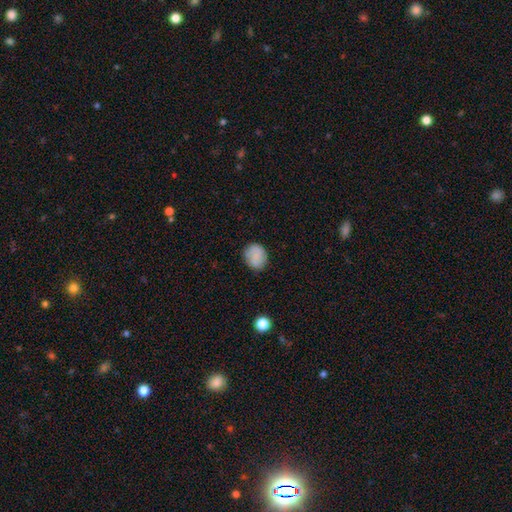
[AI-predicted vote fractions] smooth 83%, featured or disk 9%, star or artifact 8%. Down the decision tree: how rounded — round (66%); merging — none (83%).